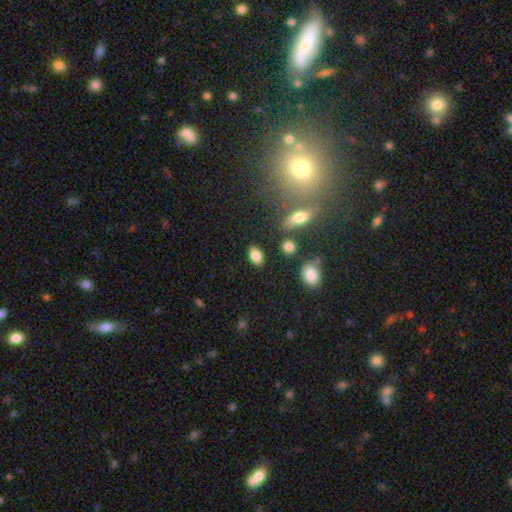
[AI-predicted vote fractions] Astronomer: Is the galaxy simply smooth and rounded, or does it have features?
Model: smooth — 83%.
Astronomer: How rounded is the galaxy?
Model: in between — 88%.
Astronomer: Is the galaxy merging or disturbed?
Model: none — 84%.